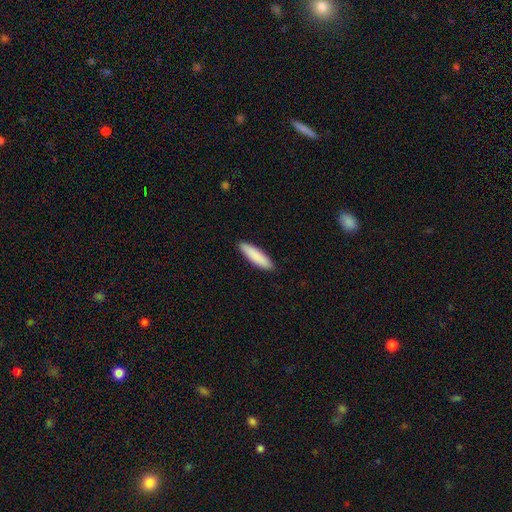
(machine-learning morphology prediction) A smooth galaxy with no disk features (89%) that is cigar-shaped (71%). Merging: none (91%).